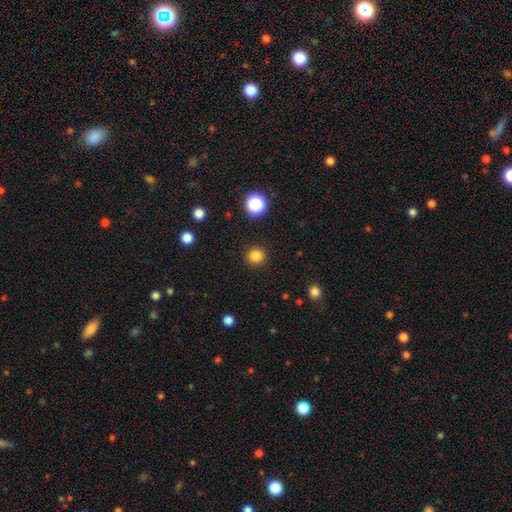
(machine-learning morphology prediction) The model was most divided on "smooth or featured": smooth: 84%, star or artifact: 13%, featured or disk: 4%. More confident: merging — none (91%); how rounded — round (90%).